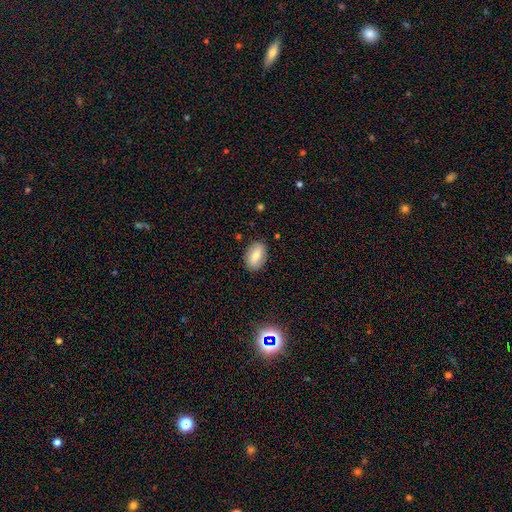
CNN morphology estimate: type=smooth (71%); roundness=in between (88%); merging=none (84%).